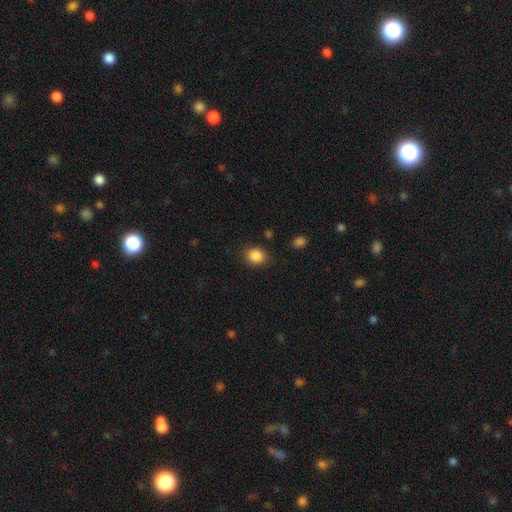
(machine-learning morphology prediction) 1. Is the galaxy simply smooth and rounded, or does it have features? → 87% smooth, 9% star or artifact, 4% featured or disk.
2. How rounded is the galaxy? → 51% round, 48% in between, 1% cigar-shaped.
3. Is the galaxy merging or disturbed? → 84% none, 11% minor disturbance, 3% major disturbance, 2% merger.